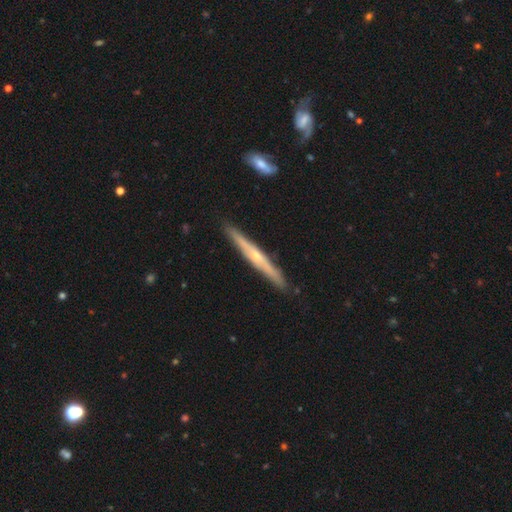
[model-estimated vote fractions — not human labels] Smooth or featured?
  - featured or disk: 71% *
  - smooth: 23%
  - star or artifact: 6%
Edge-on disk?
  - yes: 96% *
  - no: 4%
Edge-on bulge?
  - rounded: 76% *
  - none: 21%
  - boxy: 3%
Merging?
  - none: 90% *
  - minor disturbance: 7%
  - major disturbance: 1%
  - merger: 1%